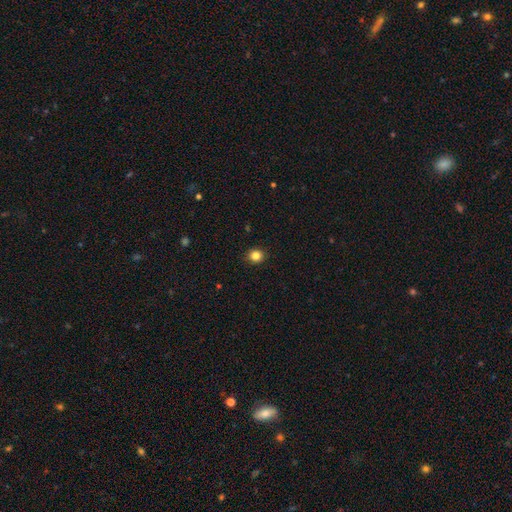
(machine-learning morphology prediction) Smooth or featured? smooth (84%)
How rounded? round (85%)
Merging? none (91%)